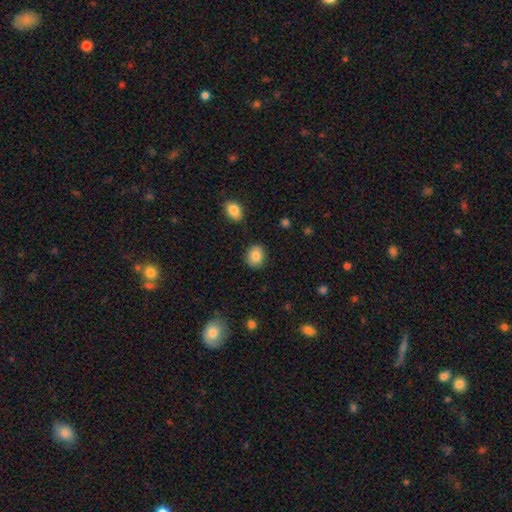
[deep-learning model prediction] Smooth or featured: smooth — 85% (star or artifact — 8%)
How rounded: round — 72% (in between — 28%)
Merging: none — 87% (minor disturbance — 9%)